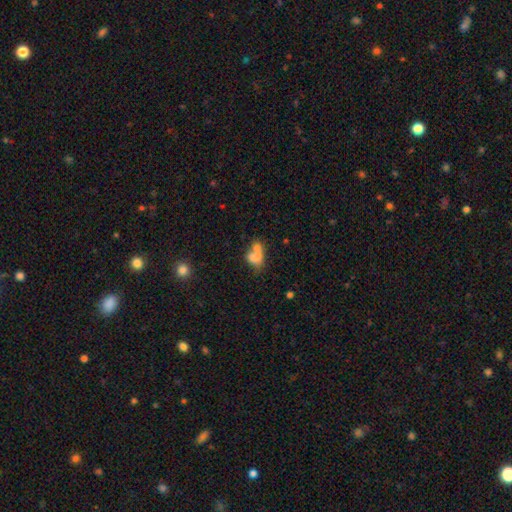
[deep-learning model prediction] Smooth or featured? Predicted: smooth (p=0.67). How rounded? Predicted: in between (p=0.71). Merging? Predicted: merger (p=0.61).